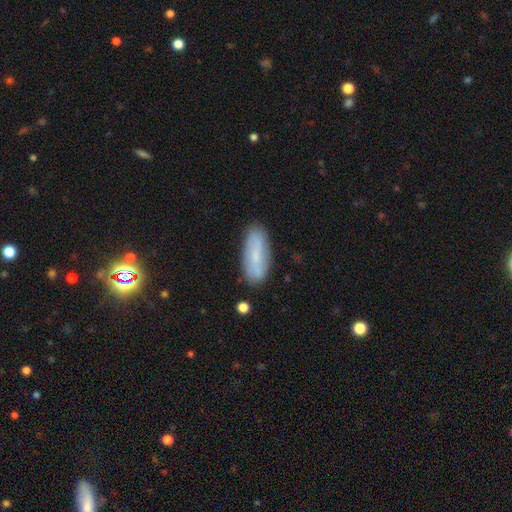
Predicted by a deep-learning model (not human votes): This is possibly a smooth galaxy (58%). How rounded: likely in between (62%). Merging: clearly none (84%).